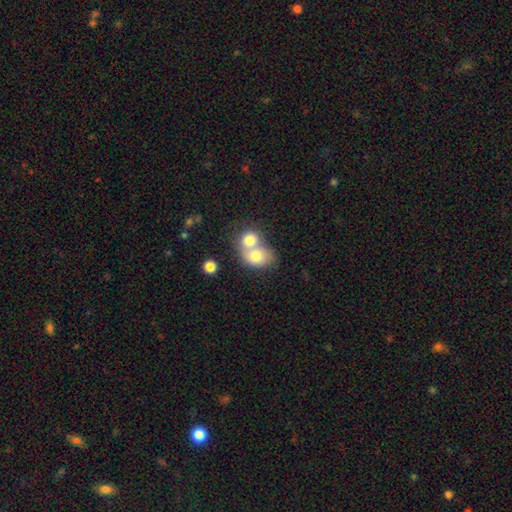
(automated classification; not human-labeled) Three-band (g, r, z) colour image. It shows a smooth galaxy with no disk features (73%) that is round (50%). Merging: merger (72%).